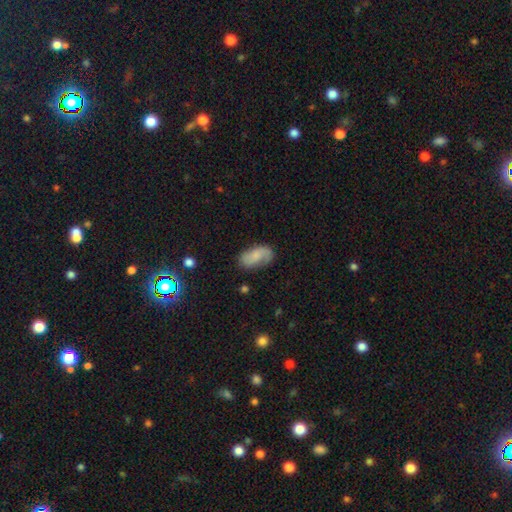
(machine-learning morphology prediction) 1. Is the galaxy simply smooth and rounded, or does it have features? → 55% smooth, 36% featured or disk, 8% star or artifact.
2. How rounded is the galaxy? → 91% in between, 5% cigar-shaped, 4% round.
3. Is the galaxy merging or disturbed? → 64% none, 25% minor disturbance, 9% major disturbance, 3% merger.